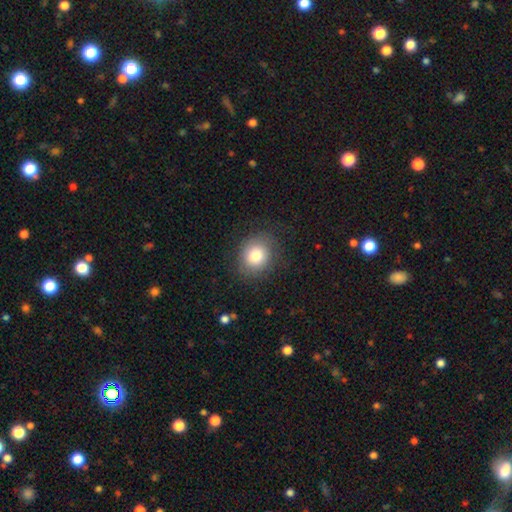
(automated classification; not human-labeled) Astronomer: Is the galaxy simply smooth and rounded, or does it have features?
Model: smooth — 78%.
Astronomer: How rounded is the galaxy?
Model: round — 73%.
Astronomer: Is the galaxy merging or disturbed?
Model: none — 79%.